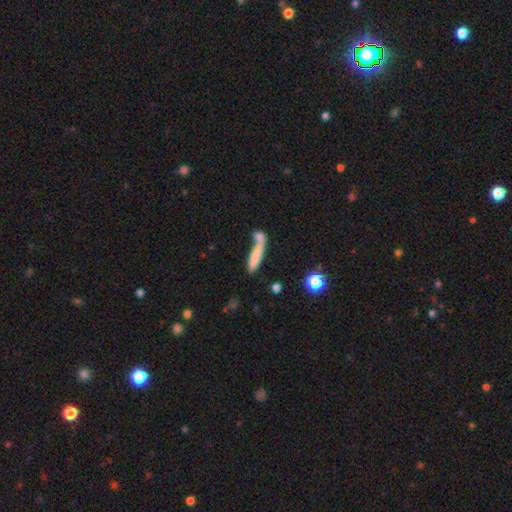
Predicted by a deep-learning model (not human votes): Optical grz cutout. It shows a smooth galaxy with no disk features (71%) that is cigar-shaped (75%). Merging: merger (48%).